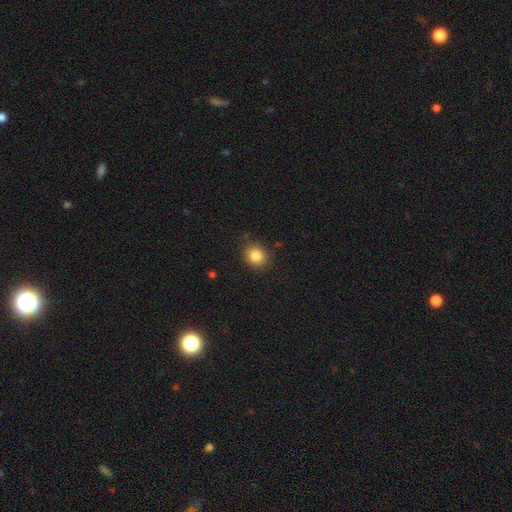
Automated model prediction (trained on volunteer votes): Morphology: type=smooth (84%); roundness=round (69%); merging=none (85%).